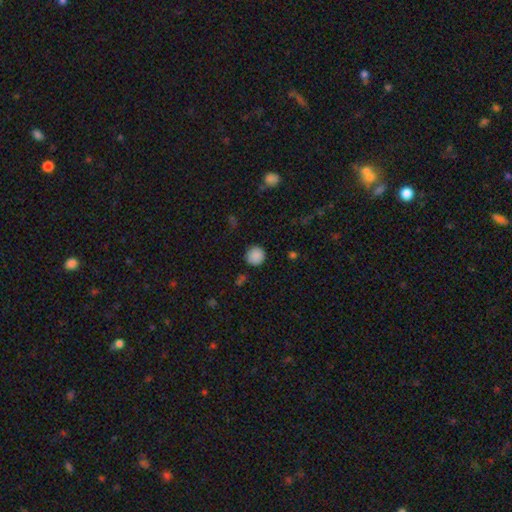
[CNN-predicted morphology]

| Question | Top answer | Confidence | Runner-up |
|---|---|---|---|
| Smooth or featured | smooth | 88% | star or artifact (10%) |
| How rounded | round | 94% | in between (5%) |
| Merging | none | 89% | minor disturbance (7%) |